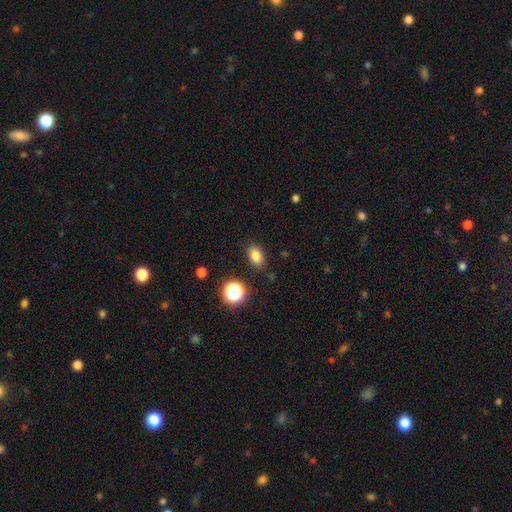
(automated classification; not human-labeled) smooth 81%, star or artifact 12%, featured or disk 6%. Down the decision tree: how rounded — in between (81%); merging — none (85%).